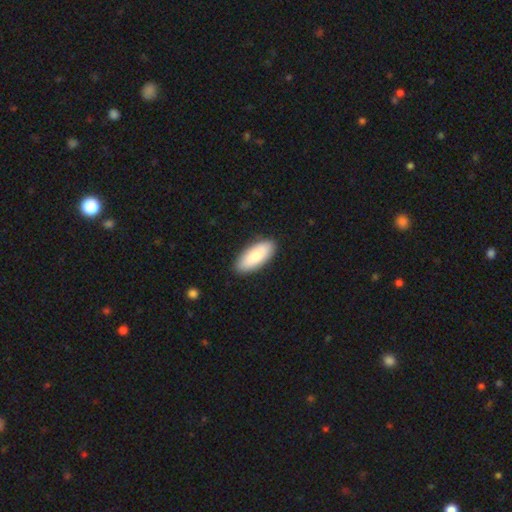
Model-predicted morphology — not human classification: smooth_or_featured: smooth (p=0.82) [alt: featured or disk p=0.13]
how_rounded: in between (p=0.84) [alt: cigar-shaped p=0.15]
merging: none (p=0.89) [alt: minor disturbance p=0.09]